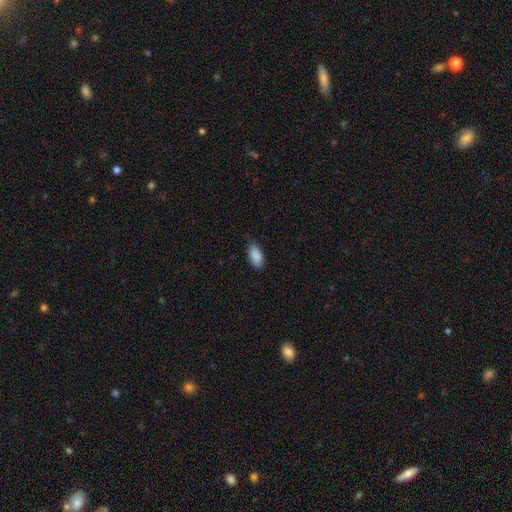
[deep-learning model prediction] A smooth galaxy with no disk features (89%) that is in between round and cigar-shaped (92%). Merging: none (73%).